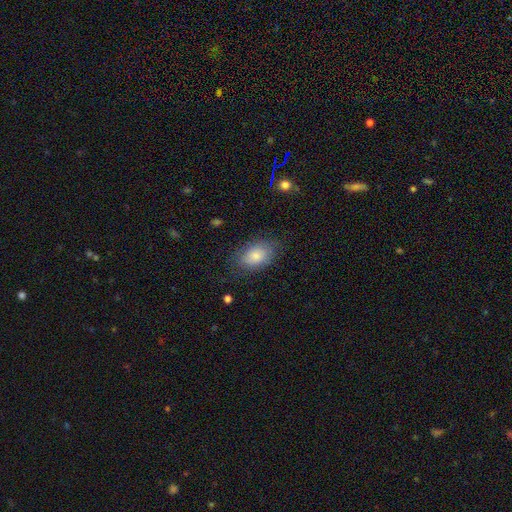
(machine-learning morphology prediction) smooth_or_featured: smooth (p=0.78) [alt: featured or disk p=0.15]
how_rounded: in between (p=0.87) [alt: round p=0.11]
merging: none (p=0.70) [alt: minor disturbance p=0.21]